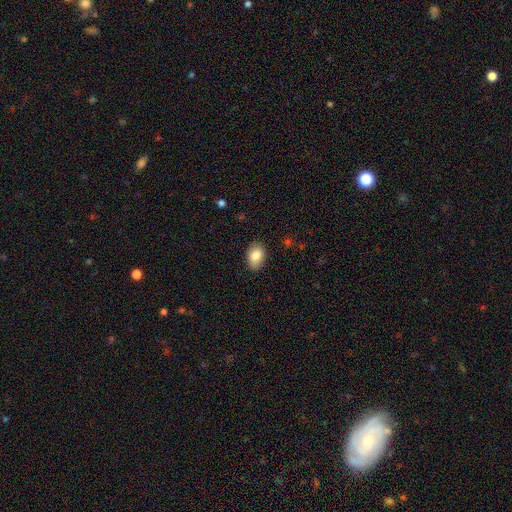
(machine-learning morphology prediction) This is clearly a smooth galaxy (84%). How rounded: clearly in between (82%). Merging: clearly none (83%).